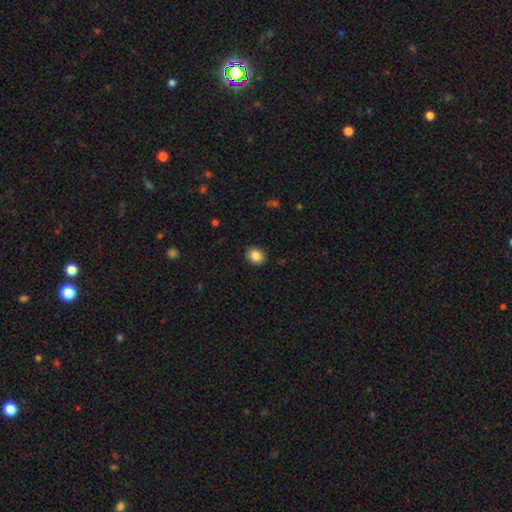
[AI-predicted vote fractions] Morphology: type=smooth (85%); roundness=round (64%); merging=none (91%).